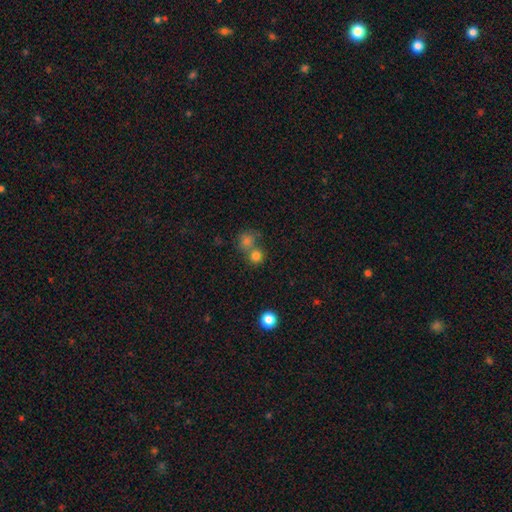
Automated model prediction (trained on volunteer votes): smooth 78%, star or artifact 15%, featured or disk 7%. Down the decision tree: how rounded — round (87%); merging — none (51%).